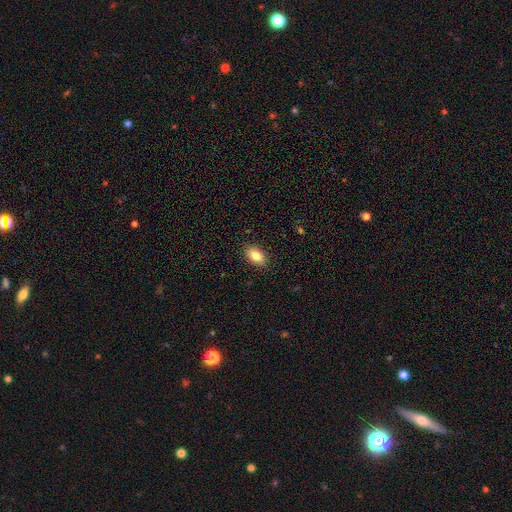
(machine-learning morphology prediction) A smooth galaxy with no disk features (85%) that is in between round and cigar-shaped (92%). Merging: none (89%).